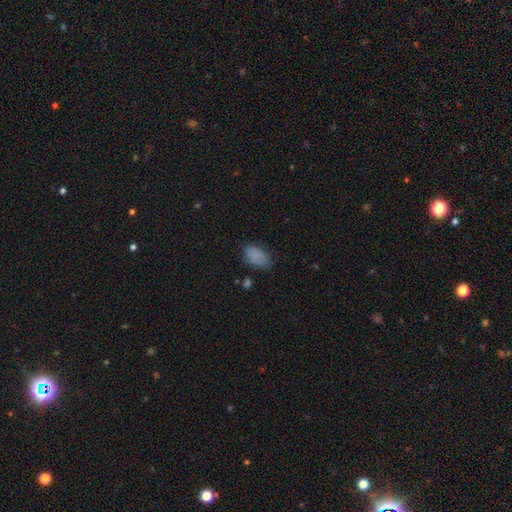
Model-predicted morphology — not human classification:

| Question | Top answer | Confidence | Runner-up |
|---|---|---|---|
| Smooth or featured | smooth | 85% | star or artifact (10%) |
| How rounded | in between | 91% | round (7%) |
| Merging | none | 74% | minor disturbance (20%) |